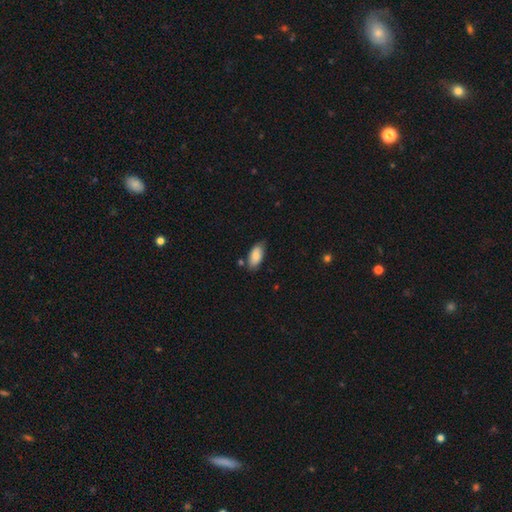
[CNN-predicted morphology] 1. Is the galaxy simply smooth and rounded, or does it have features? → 85% smooth, 9% featured or disk, 6% star or artifact.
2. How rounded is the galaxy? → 91% in between, 7% cigar-shaped, 2% round.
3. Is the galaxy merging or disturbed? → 71% none, 21% minor disturbance, 4% merger, 4% major disturbance.